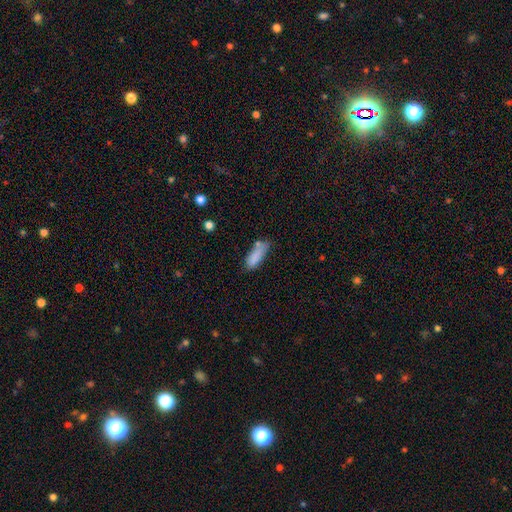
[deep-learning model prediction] Overall: smooth (84%). How rounded: in between (62%; cigar-shaped 36%). Merging: none (54%; minor disturbance 27%).